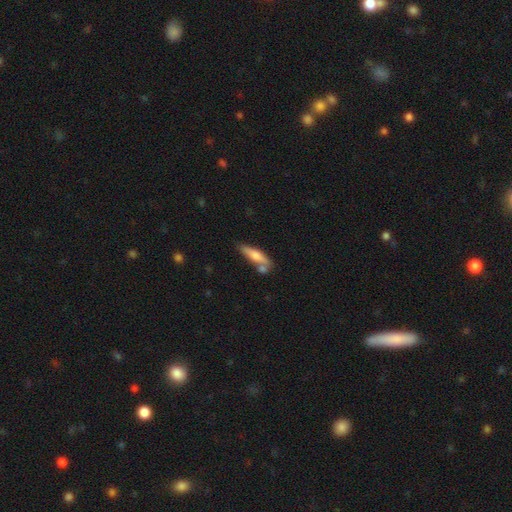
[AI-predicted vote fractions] Q: Smooth or featured?
A: smooth (62%); runner-up: featured or disk (32%)
Q: How rounded?
A: cigar-shaped (74%); runner-up: in between (24%)
Q: Merging?
A: none (61%); runner-up: merger (18%)